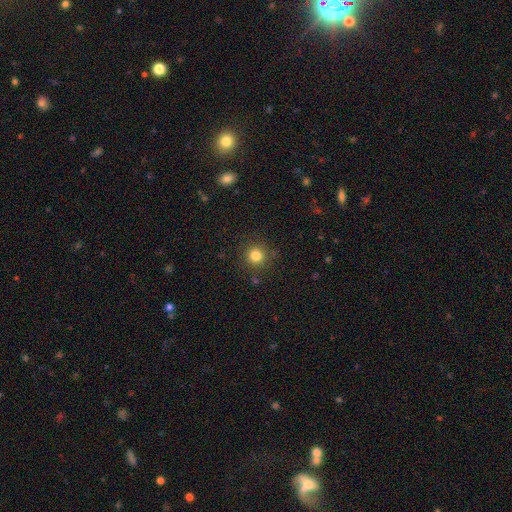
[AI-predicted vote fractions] This is clearly a smooth galaxy (81%). How rounded: clearly round (94%). Merging: clearly none (88%).